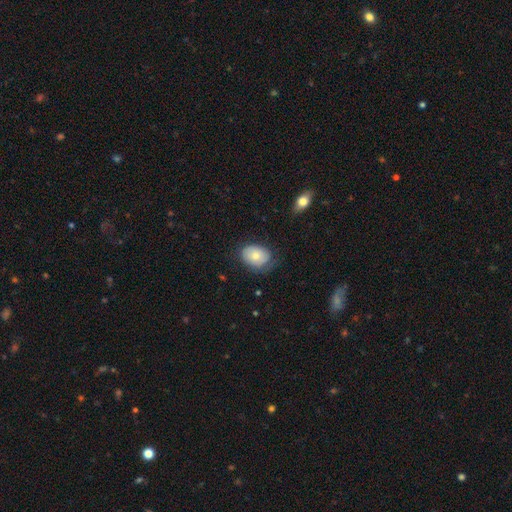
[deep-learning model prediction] smooth_or_featured: smooth (p=0.66) [alt: featured or disk p=0.26]
how_rounded: in between (p=0.70) [alt: round p=0.29]
merging: none (p=0.60) [alt: minor disturbance p=0.28]